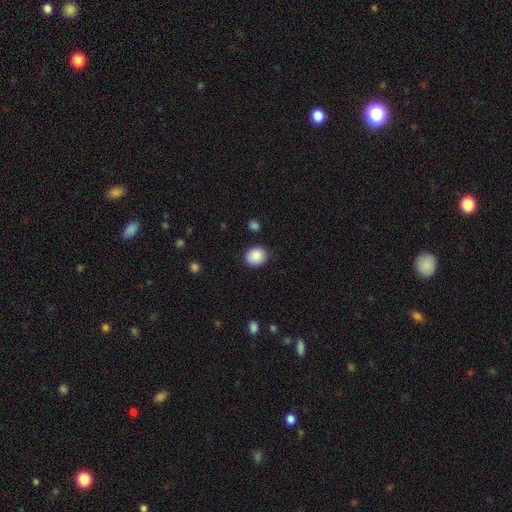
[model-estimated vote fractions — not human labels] smooth 87%, star or artifact 8%, featured or disk 5%. Down the decision tree: how rounded — round (77%); merging — none (87%).